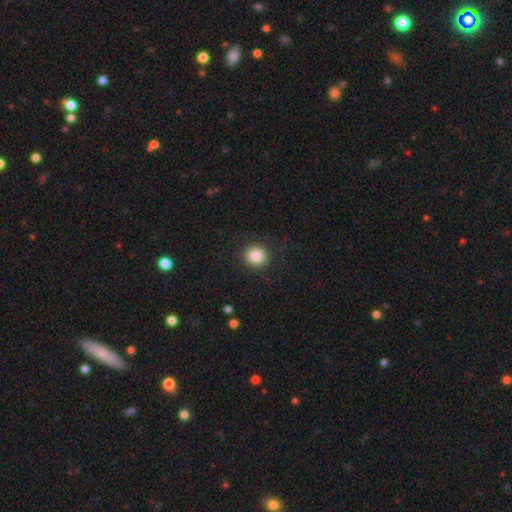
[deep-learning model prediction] Smooth or featured? Predicted: smooth (p=0.86). How rounded? Predicted: round (p=0.89). Merging? Predicted: none (p=0.88).